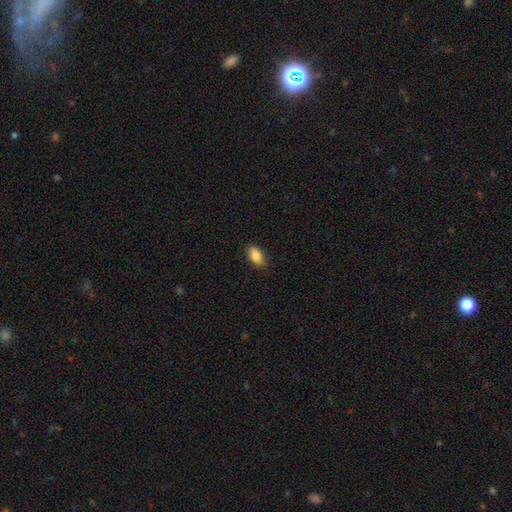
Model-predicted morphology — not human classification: A smooth galaxy with no disk features (88%) that is in between round and cigar-shaped (92%). Merging: none (88%).